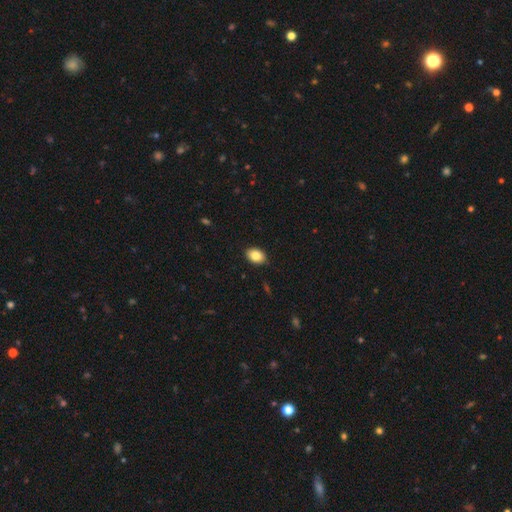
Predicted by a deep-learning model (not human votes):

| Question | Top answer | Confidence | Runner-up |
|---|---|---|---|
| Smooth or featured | smooth | 85% | star or artifact (8%) |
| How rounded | in between | 80% | round (19%) |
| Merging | none | 89% | minor disturbance (8%) |